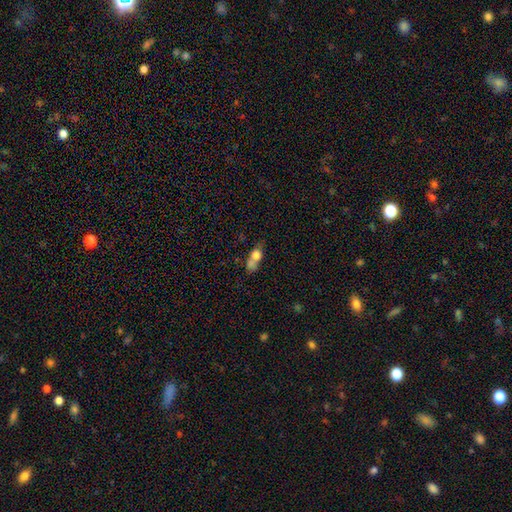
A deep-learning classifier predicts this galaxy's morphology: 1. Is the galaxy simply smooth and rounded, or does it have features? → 66% smooth, 23% featured or disk, 11% star or artifact.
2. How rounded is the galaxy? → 56% in between, 26% round, 17% cigar-shaped.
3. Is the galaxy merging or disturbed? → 38% merger, 30% none, 18% minor disturbance, 14% major disturbance.